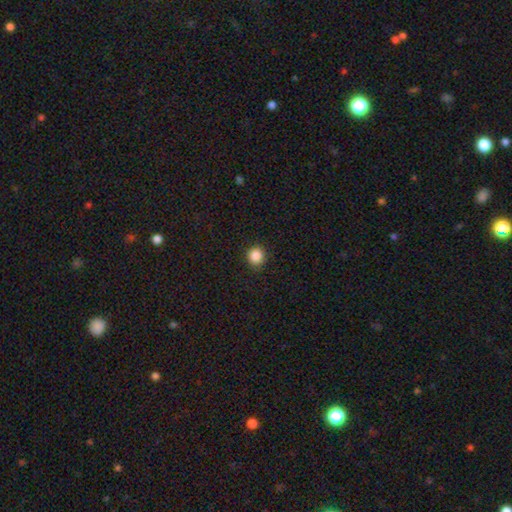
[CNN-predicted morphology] A smooth galaxy with no disk features (87%) that is round (91%). Merging: none (91%).